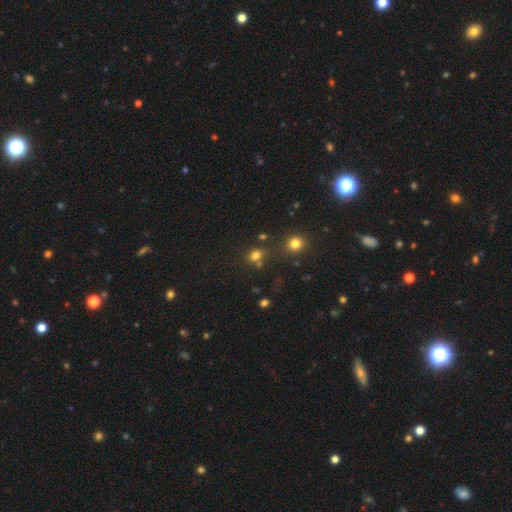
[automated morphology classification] Smooth or featured? smooth (73%)
How rounded? round (56%)
Merging? none (62%)